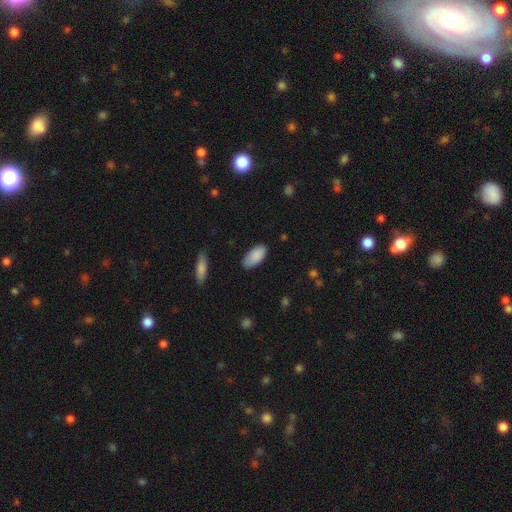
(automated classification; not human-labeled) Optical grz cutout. It shows a smooth galaxy with no disk features (89%) that is in between round and cigar-shaped (93%). Merging: none (82%).